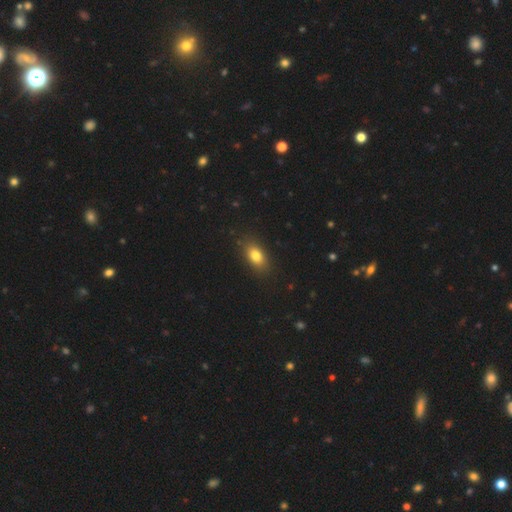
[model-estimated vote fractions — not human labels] Smooth or featured? Predicted: smooth (p=0.81). How rounded? Predicted: in between (p=0.86). Merging? Predicted: none (p=0.86).